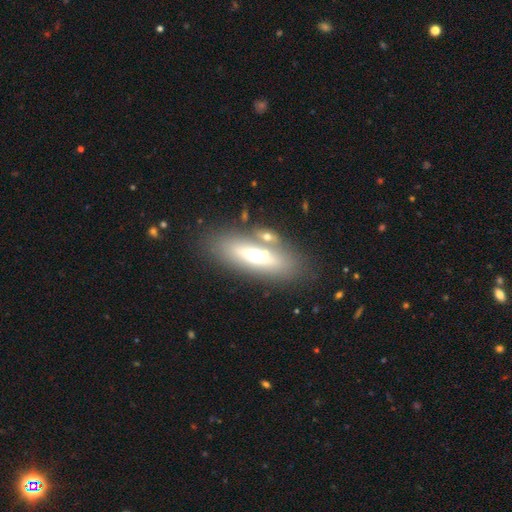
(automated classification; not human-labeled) smooth_or_featured: smooth (p=0.47) [alt: featured or disk p=0.43]
merging: none (p=0.70) [alt: merger p=0.13]